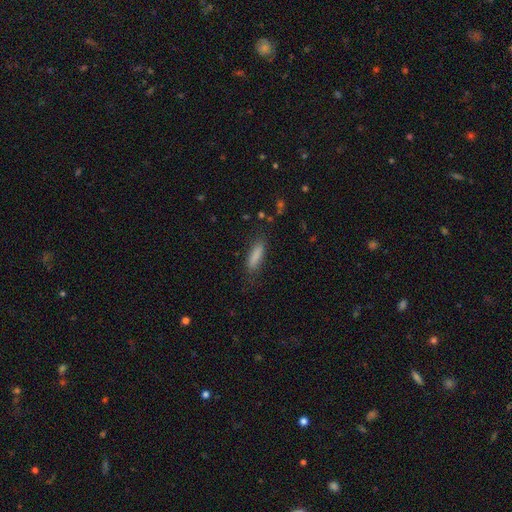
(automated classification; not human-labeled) Smooth or featured?
  - smooth: 86% *
  - star or artifact: 7%
  - featured or disk: 7%
How rounded?
  - cigar-shaped: 59% *
  - in between: 40%
  - round: 2%
Merging?
  - none: 79% *
  - minor disturbance: 15%
  - major disturbance: 5%
  - merger: 1%